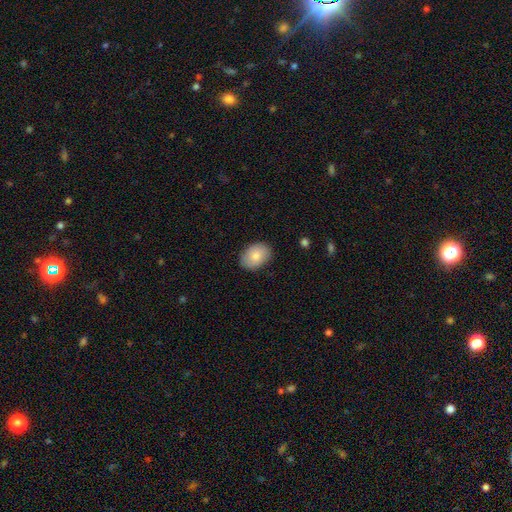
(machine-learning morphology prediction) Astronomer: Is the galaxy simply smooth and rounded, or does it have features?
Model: smooth — 82%.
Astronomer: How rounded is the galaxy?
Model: in between — 79%.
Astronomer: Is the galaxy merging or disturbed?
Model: none — 86%.